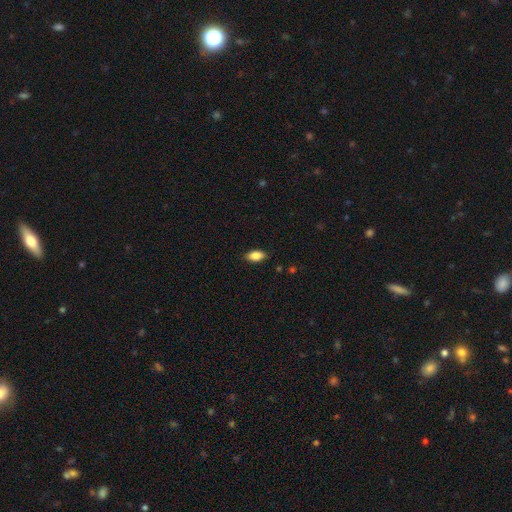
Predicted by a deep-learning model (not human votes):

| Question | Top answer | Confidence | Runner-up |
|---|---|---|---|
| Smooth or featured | smooth | 85% | featured or disk (8%) |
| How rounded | in between | 89% | cigar-shaped (8%) |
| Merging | none | 86% | minor disturbance (11%) |